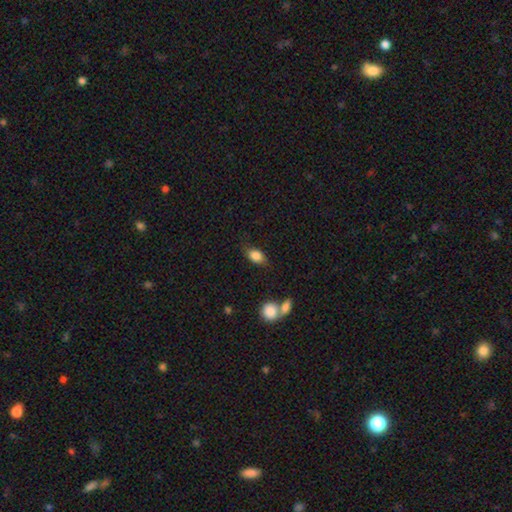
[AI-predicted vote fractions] Smooth or featured? smooth (82%)
How rounded? in between (83%)
Merging? none (71%)